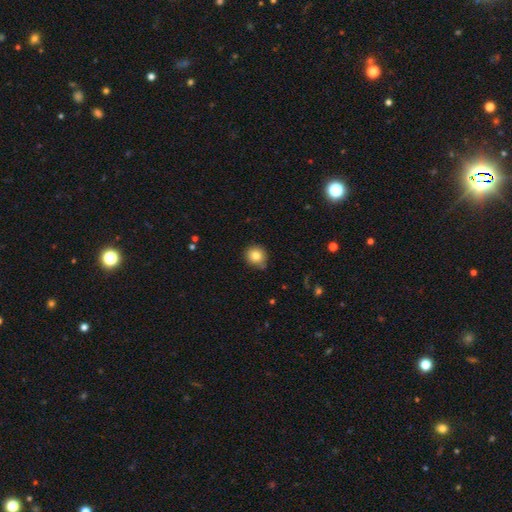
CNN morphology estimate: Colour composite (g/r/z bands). It shows a smooth galaxy with no disk features (83%) that is round (89%). Merging: none (79%).